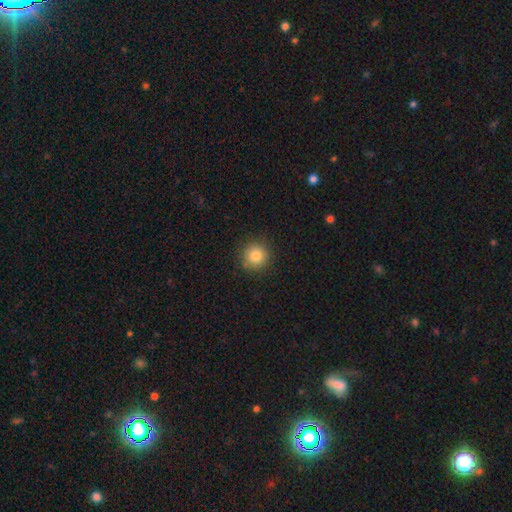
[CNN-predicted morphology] Smooth or featured: smooth — 83% (star or artifact — 10%)
How rounded: round — 93% (in between — 6%)
Merging: none — 89% (minor disturbance — 8%)